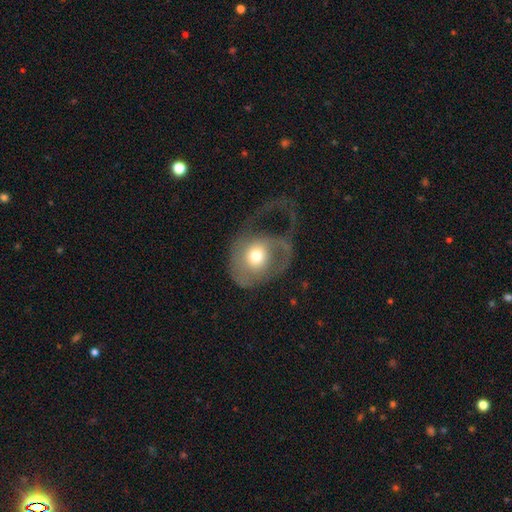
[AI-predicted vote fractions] smooth-or-featured: smooth: 47% | featured or disk: 46% | star or artifact: 7%
  merging: major disturbance: 64% | none: 18% | minor disturbance: 15% | merger: 3%